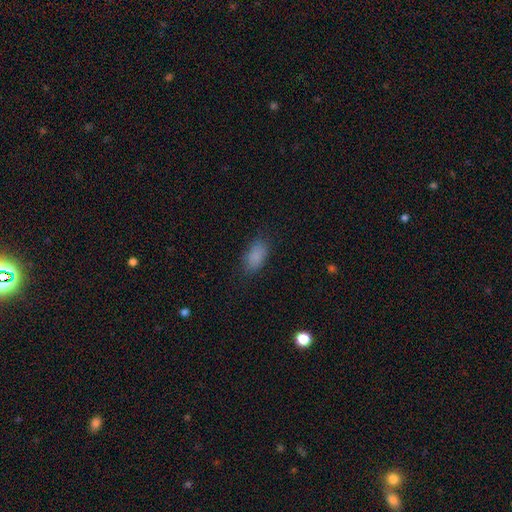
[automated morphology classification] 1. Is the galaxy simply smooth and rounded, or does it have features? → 86% smooth, 10% star or artifact, 5% featured or disk.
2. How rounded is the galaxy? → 90% in between, 5% round, 5% cigar-shaped.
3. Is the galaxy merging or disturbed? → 78% none, 15% minor disturbance, 5% major disturbance, 1% merger.